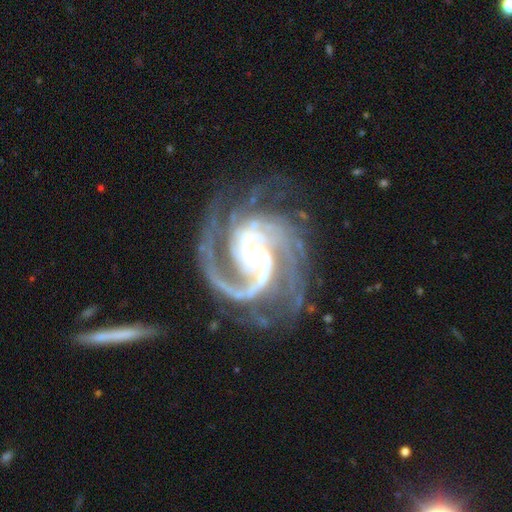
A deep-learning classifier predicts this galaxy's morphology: featured or disk 93%, star or artifact 5%, smooth 2%. Down the decision tree: edge-on disk — no (98%); bar — no (43%); spiral arms — yes (99%); spiral arm count — 2 (47%); spiral winding — medium (51%); bulge size — small (56%); merging — none (62%).